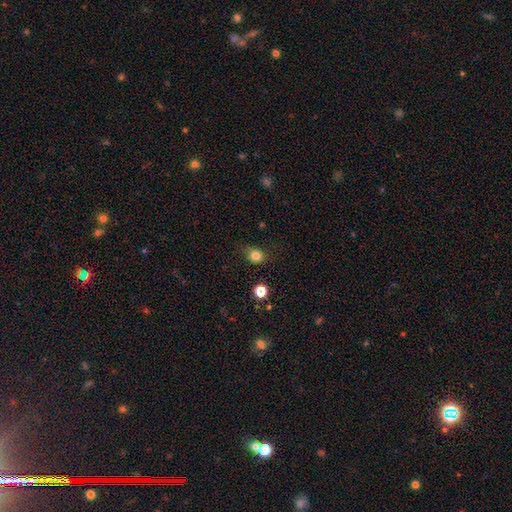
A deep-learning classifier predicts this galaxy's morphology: smooth-or-featured: smooth: 81% | star or artifact: 12% | featured or disk: 7%
  how-rounded: round: 68% | in between: 31% | cigar-shaped: 1%
  merging: none: 69% | minor disturbance: 23% | major disturbance: 6% | merger: 2%